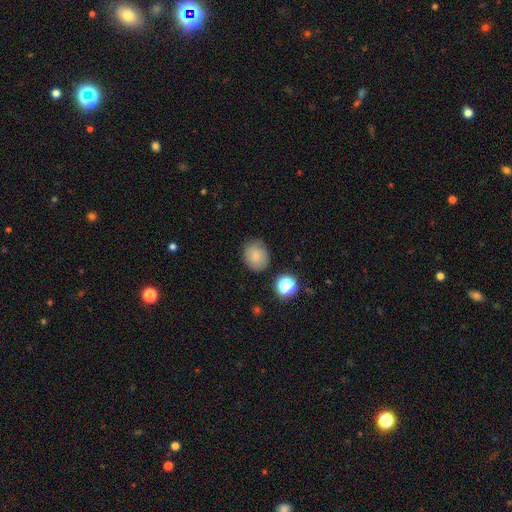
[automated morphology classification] Smooth or featured: smooth — 80% (star or artifact — 11%)
How rounded: round — 69% (in between — 30%)
Merging: none — 78% (minor disturbance — 15%)